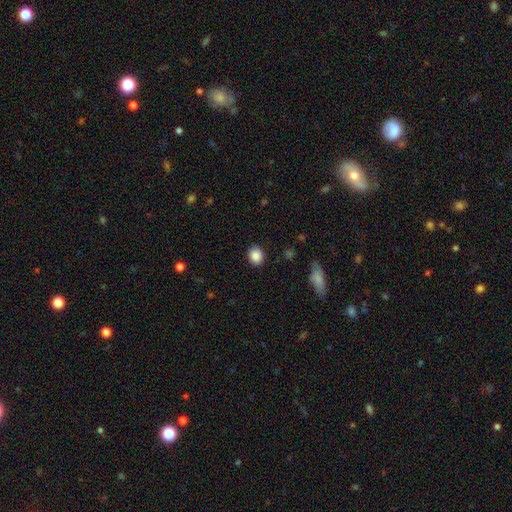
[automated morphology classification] Overall: smooth (87%). How rounded: round (70%). Merging: none (89%).